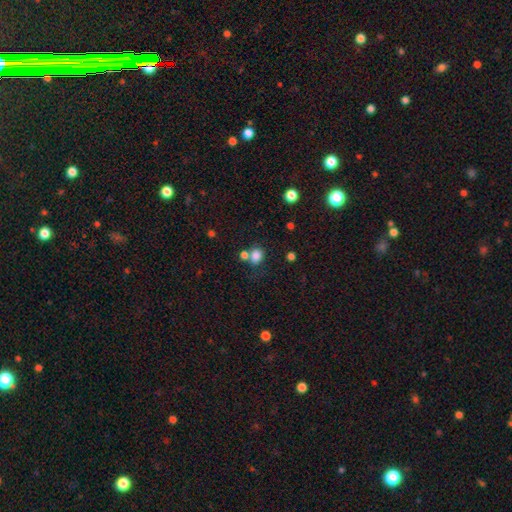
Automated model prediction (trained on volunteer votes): Smooth or featured? Predicted: smooth (p=0.81). How rounded? Predicted: round (p=0.65). Merging? Predicted: none (p=0.55).